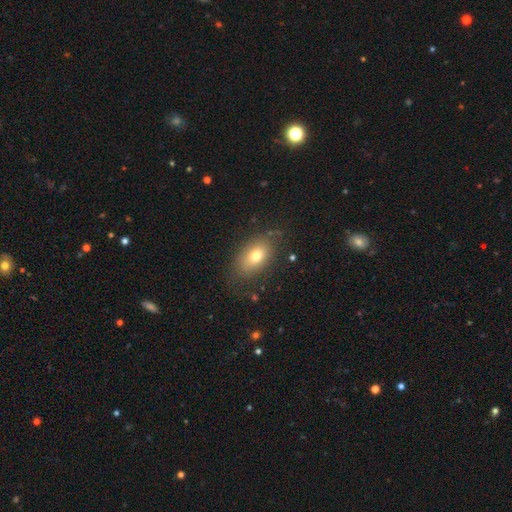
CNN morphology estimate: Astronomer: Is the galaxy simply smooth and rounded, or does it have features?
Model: smooth — 73%.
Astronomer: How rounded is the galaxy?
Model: in between — 84%.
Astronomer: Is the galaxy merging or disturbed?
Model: none — 76%.